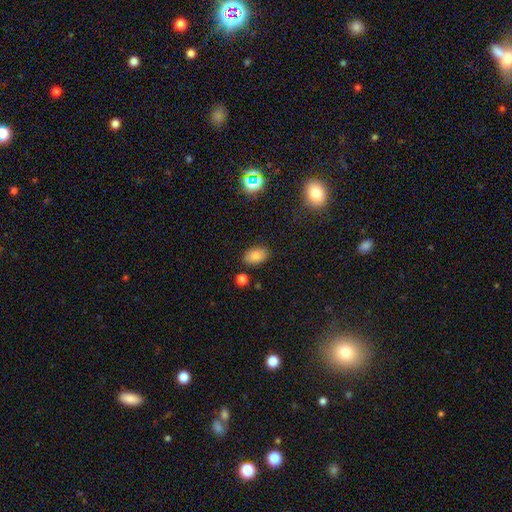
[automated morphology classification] The model was most divided on "smooth or featured": smooth: 81%, star or artifact: 11%, featured or disk: 8%. More confident: how rounded — in between (91%); merging — none (85%).